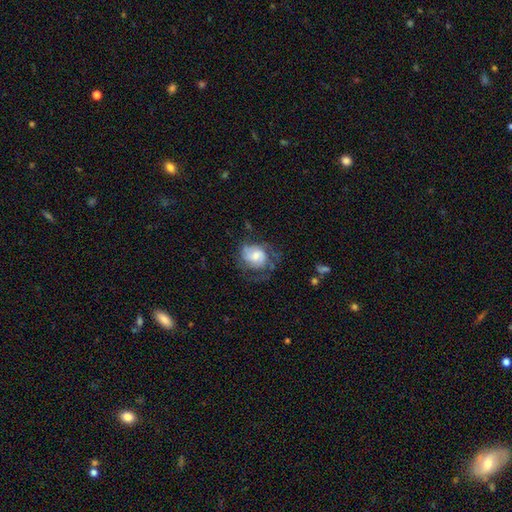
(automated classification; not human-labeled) Morphology: type=featured or disk (53%); edge-on=no (97%); bar=no (60%); spiral arms=yes (75%); bulge=moderate (49%); merging=none (45%).